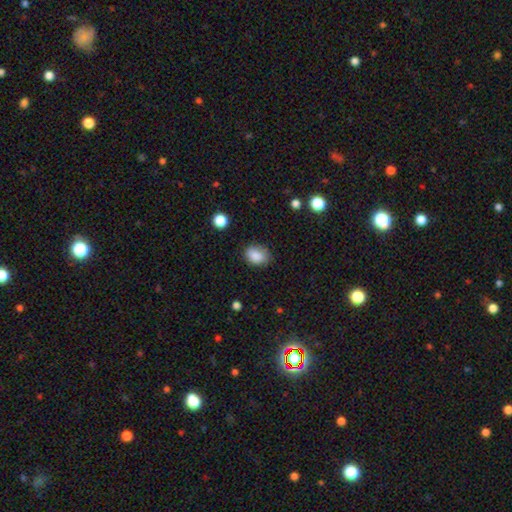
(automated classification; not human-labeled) Smooth or featured?
  - smooth: 86% *
  - star or artifact: 9%
  - featured or disk: 5%
How rounded?
  - in between: 67% *
  - round: 32%
  - cigar-shaped: 1%
Merging?
  - none: 74% *
  - minor disturbance: 20%
  - major disturbance: 4%
  - merger: 2%